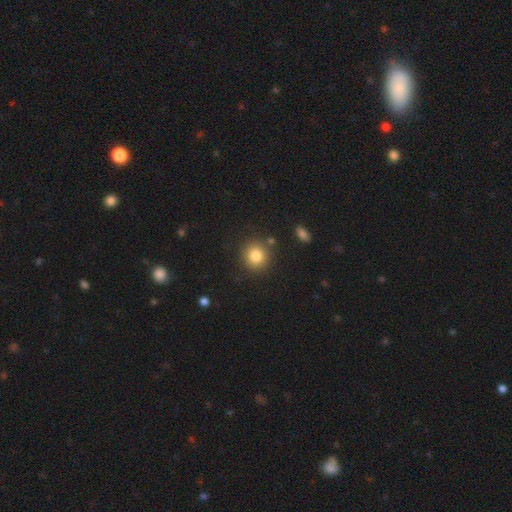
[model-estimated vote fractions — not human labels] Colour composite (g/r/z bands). It shows a smooth galaxy with no disk features (84%) that is round (88%). Merging: none (84%).